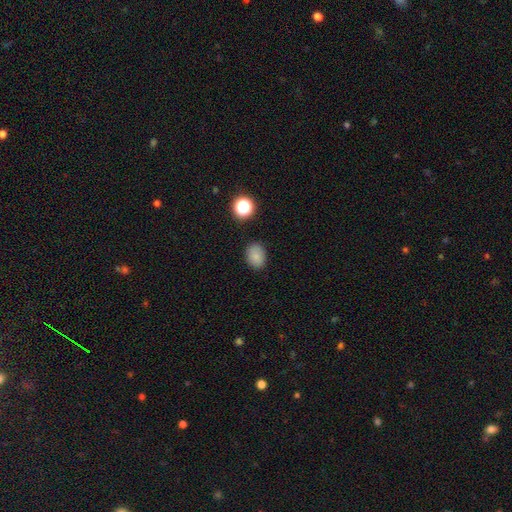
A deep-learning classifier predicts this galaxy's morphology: smooth_or_featured: smooth (p=0.82) [alt: star or artifact p=0.12]
how_rounded: in between (p=0.65) [alt: round p=0.34]
merging: none (p=0.83) [alt: minor disturbance p=0.12]